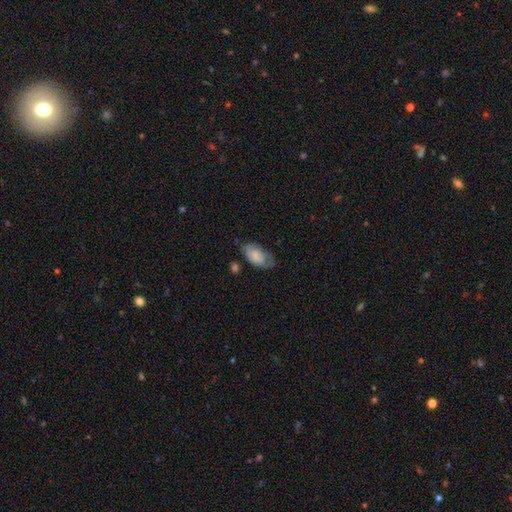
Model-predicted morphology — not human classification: The model was most divided on "merging": none: 49%, minor disturbance: 33%, major disturbance: 14%, merger: 4%. More confident: how rounded — in between (94%); smooth or featured — smooth (69%).